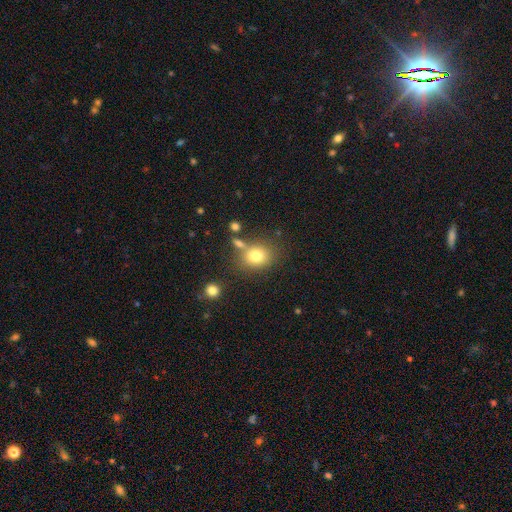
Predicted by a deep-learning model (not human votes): smooth-or-featured: smooth: 79% | star or artifact: 12% | featured or disk: 10%
  how-rounded: round: 56% | in between: 43% | cigar-shaped: 1%
  merging: none: 65% | merger: 15% | minor disturbance: 14% | major disturbance: 6%